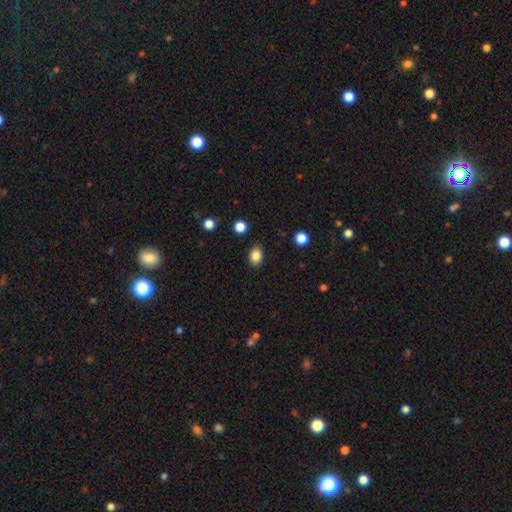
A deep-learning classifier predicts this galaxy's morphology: smooth_or_featured: smooth (p=0.86) [alt: star or artifact p=0.10]
how_rounded: in between (p=0.70) [alt: round p=0.29]
merging: none (p=0.87) [alt: minor disturbance p=0.09]